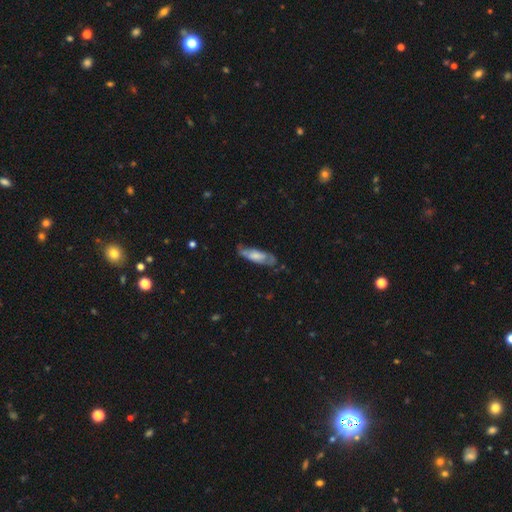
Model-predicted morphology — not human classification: A smooth galaxy with no disk features (48%). Merging: none (59%).